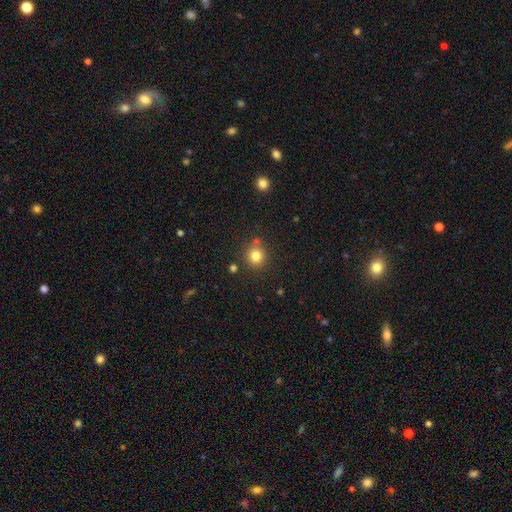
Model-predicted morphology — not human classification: This is clearly a smooth galaxy (81%). How rounded: clearly round (88%). Merging: likely none (79%).